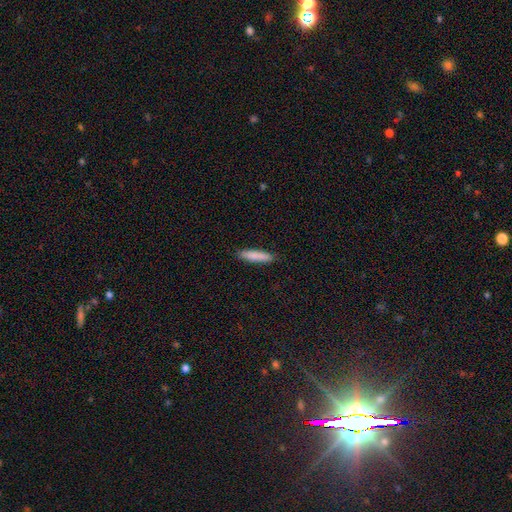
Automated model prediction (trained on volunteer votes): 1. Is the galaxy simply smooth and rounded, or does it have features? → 84% smooth, 10% featured or disk, 6% star or artifact.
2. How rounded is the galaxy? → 81% cigar-shaped, 18% in between, 1% round.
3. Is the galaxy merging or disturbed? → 88% none, 9% minor disturbance, 2% major disturbance, 1% merger.